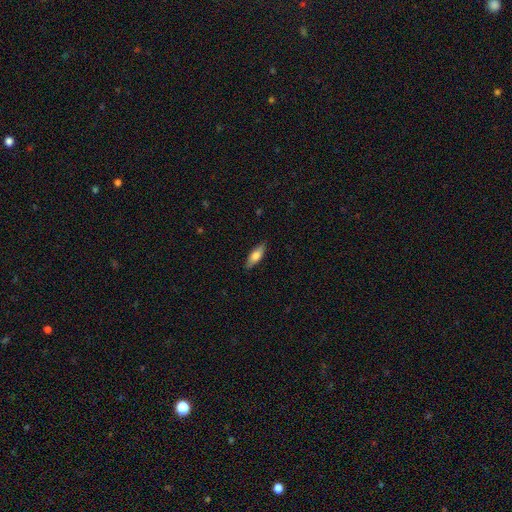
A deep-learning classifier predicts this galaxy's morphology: This is likely a smooth galaxy (72%). How rounded: likely in between (61%). Merging: clearly none (85%).